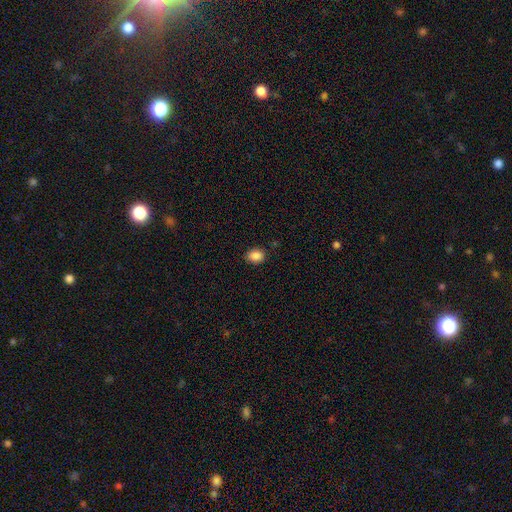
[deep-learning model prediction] A smooth galaxy with no disk features (88%) that is in between round and cigar-shaped (60%).

Vote fractions:
- Smooth or featured? smooth: 88% / star or artifact: 9% / featured or disk: 3%
- How rounded? in between: 60% / round: 39% / cigar-shaped: 1%
- Merging? none: 86% / minor disturbance: 10% / major disturbance: 2% / merger: 1%